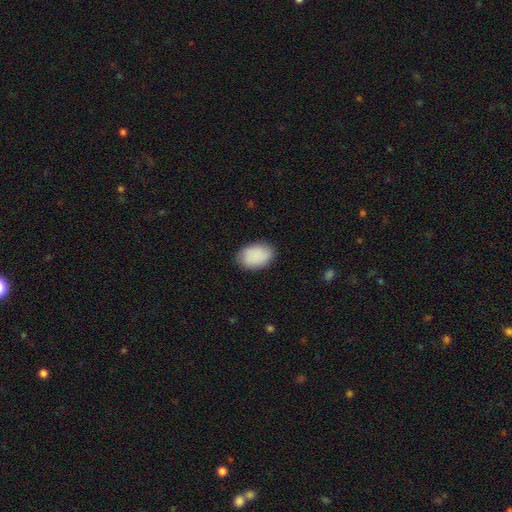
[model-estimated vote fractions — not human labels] Smooth or featured: smooth — 89% (star or artifact — 6%)
How rounded: in between — 85% (round — 14%)
Merging: none — 83% (minor disturbance — 13%)